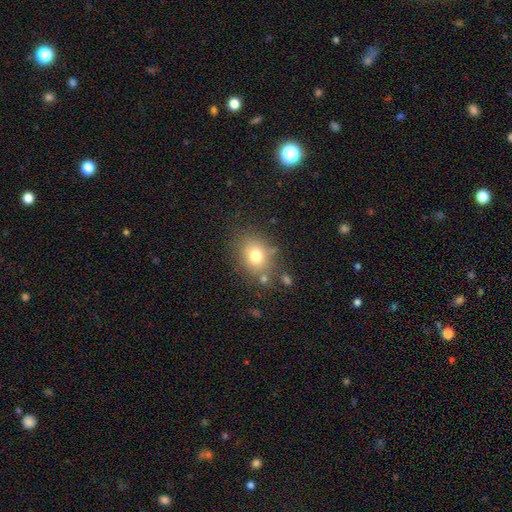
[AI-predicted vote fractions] The model was most divided on "how rounded": round: 50%, in between: 48%, cigar-shaped: 1%. More confident: smooth or featured — smooth (74%); merging — none (72%).